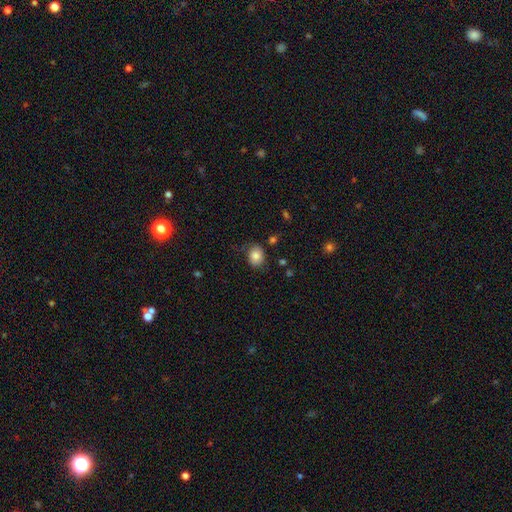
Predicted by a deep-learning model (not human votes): smooth_or_featured: smooth (p=0.84) [alt: star or artifact p=0.09]
how_rounded: in between (p=0.53) [alt: round p=0.47]
merging: none (p=0.75) [alt: minor disturbance p=0.17]